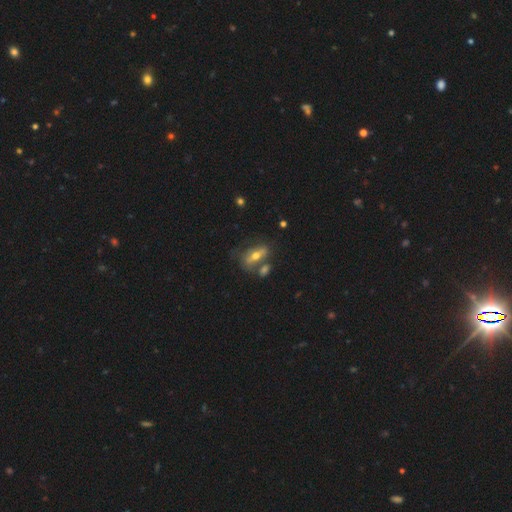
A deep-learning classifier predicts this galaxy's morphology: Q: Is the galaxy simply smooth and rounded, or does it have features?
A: smooth — 47%.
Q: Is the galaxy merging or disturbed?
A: none — 48%.